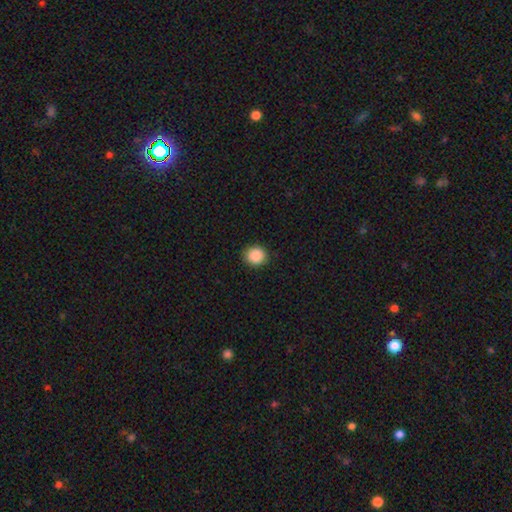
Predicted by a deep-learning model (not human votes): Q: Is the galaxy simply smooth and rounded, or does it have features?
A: smooth — 89%.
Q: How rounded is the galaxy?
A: round — 85%.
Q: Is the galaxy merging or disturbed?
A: none — 90%.